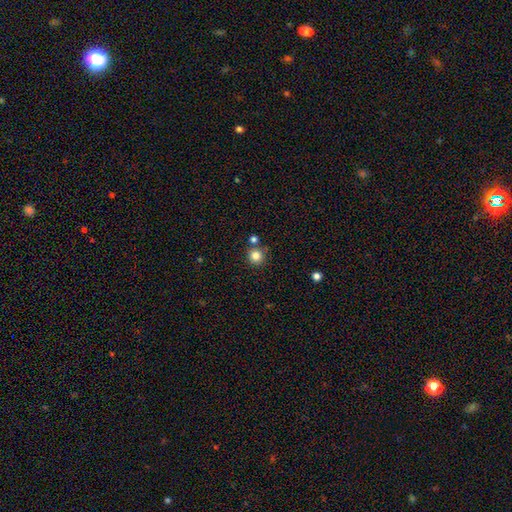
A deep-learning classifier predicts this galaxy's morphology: Smooth or featured?
  - smooth: 82% *
  - star or artifact: 12%
  - featured or disk: 6%
How rounded?
  - round: 93% *
  - in between: 6%
  - cigar-shaped: 1%
Merging?
  - none: 78% *
  - merger: 11%
  - minor disturbance: 8%
  - major disturbance: 3%